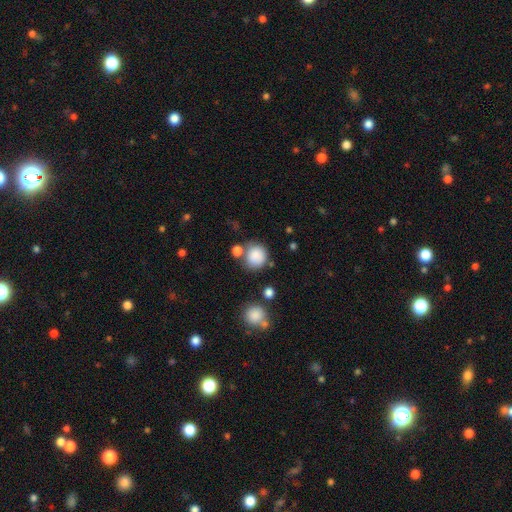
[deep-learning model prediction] Smooth or featured? Predicted: smooth (p=0.85). How rounded? Predicted: round (p=0.87). Merging? Predicted: none (p=0.65).